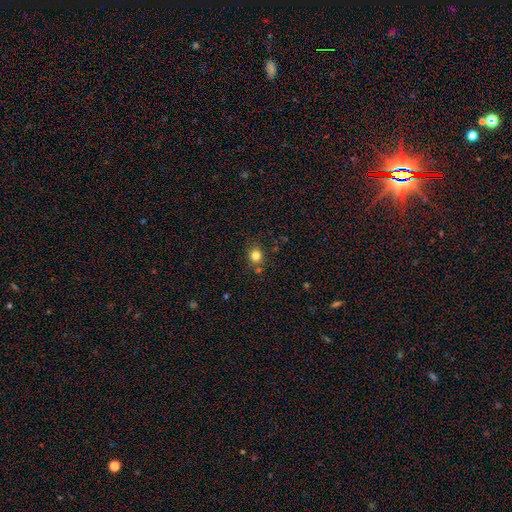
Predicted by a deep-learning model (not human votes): Morphology: type=smooth (81%); roundness=round (76%); merging=none (78%).